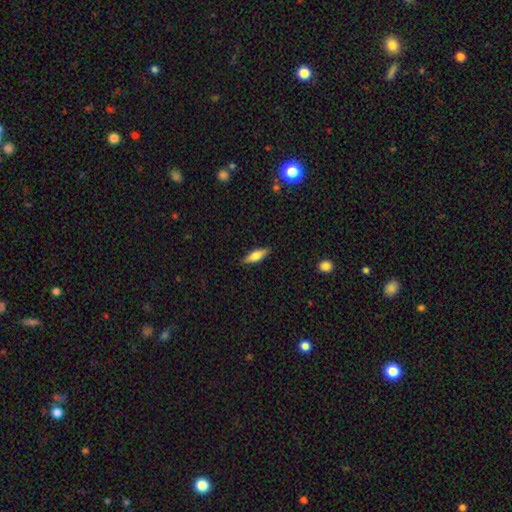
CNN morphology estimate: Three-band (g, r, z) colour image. It shows a smooth galaxy with no disk features (69%) that is in between round and cigar-shaped (50%). Merging: none (87%).